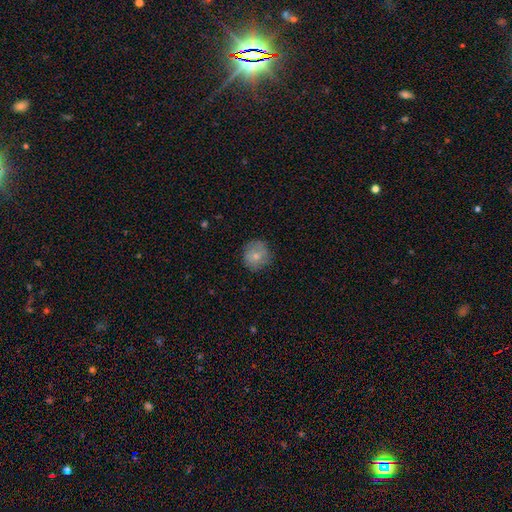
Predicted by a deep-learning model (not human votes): Morphology: type=smooth (72%); roundness=round (89%); merging=none (79%).